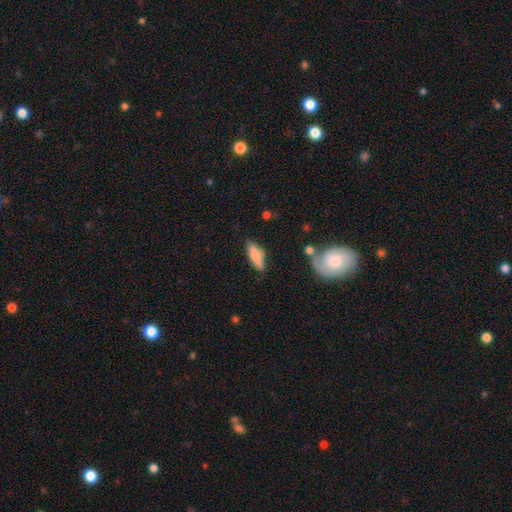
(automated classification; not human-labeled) A smooth galaxy with no disk features (77%) that is cigar-shaped (60%). Merging: none (78%).